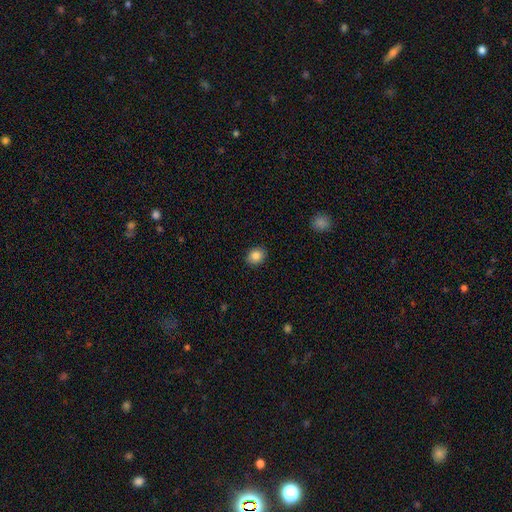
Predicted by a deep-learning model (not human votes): Smooth or featured? smooth (86%)
How rounded? round (55%)
Merging? none (89%)